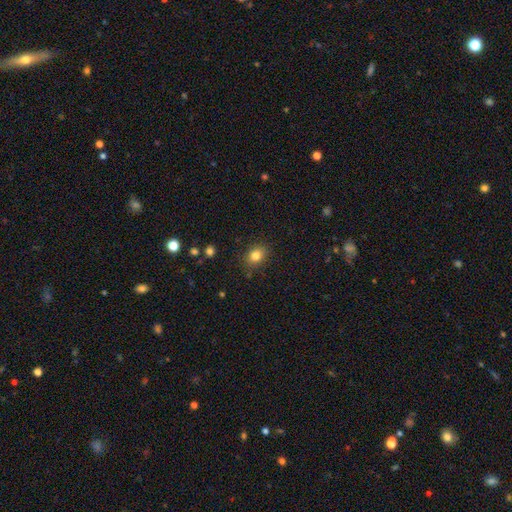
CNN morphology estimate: Smooth or featured?
  - smooth: 82% *
  - star or artifact: 11%
  - featured or disk: 7%
How rounded?
  - in between: 54% *
  - round: 45%
  - cigar-shaped: 1%
Merging?
  - none: 85% *
  - minor disturbance: 11%
  - major disturbance: 3%
  - merger: 2%